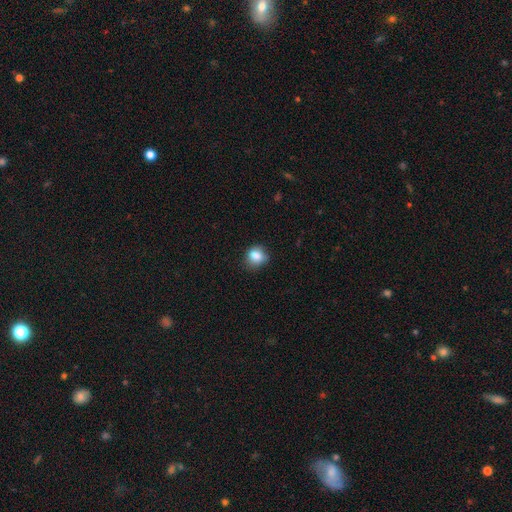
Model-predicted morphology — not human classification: smooth_or_featured: smooth (p=0.84) [alt: star or artifact p=0.10]
how_rounded: round (p=0.66) [alt: in between p=0.33]
merging: none (p=0.67) [alt: minor disturbance p=0.25]